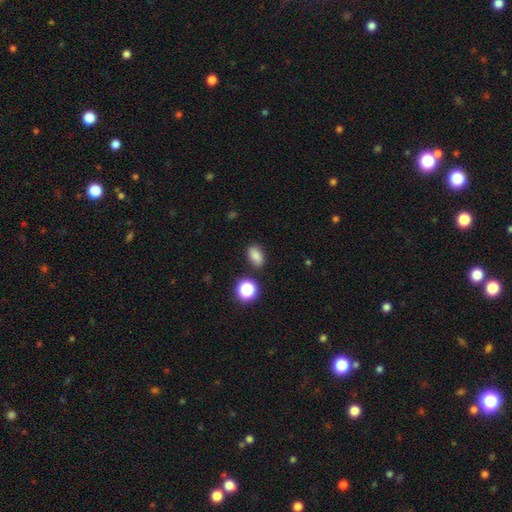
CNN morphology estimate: Smooth or featured? Predicted: smooth (p=0.82). How rounded? Predicted: in between (p=0.83). Merging? Predicted: none (p=0.82).